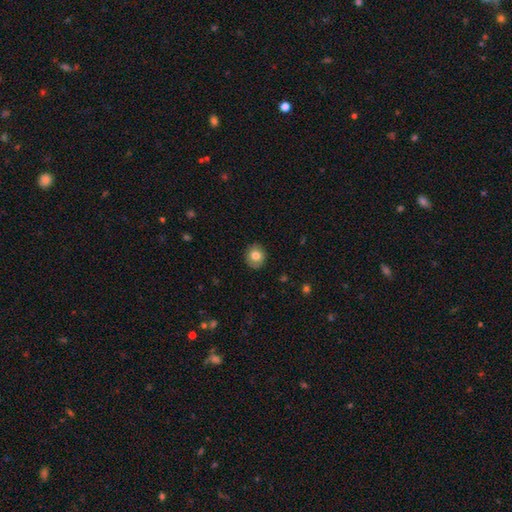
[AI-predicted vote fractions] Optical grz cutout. It shows a smooth galaxy with no disk features (78%) that is round (81%). Merging: none (88%).